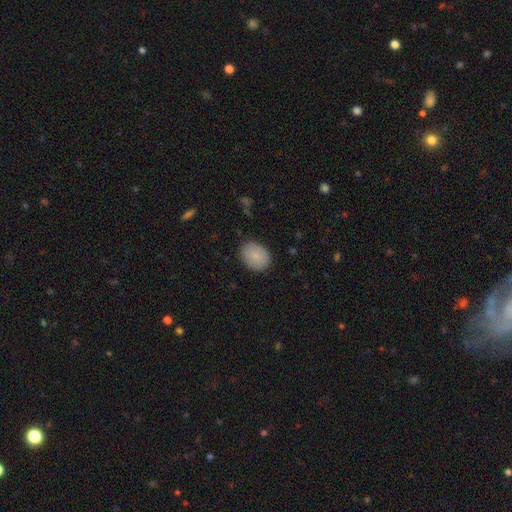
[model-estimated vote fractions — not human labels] smooth 86%, star or artifact 7%, featured or disk 7%. Down the decision tree: how rounded — in between (58%); merging — none (84%).